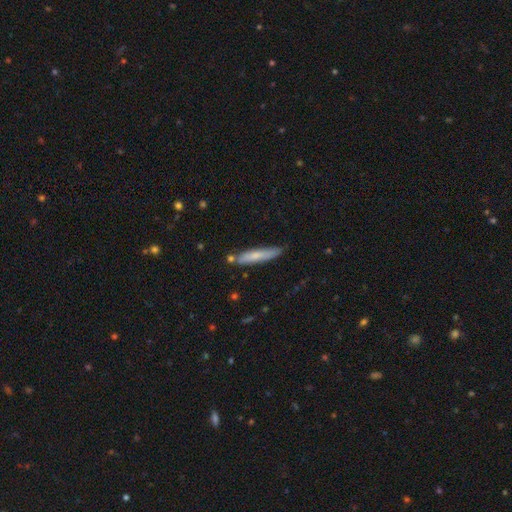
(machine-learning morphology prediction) Smooth or featured? smooth (67%)
How rounded? cigar-shaped (90%)
Merging? none (77%)